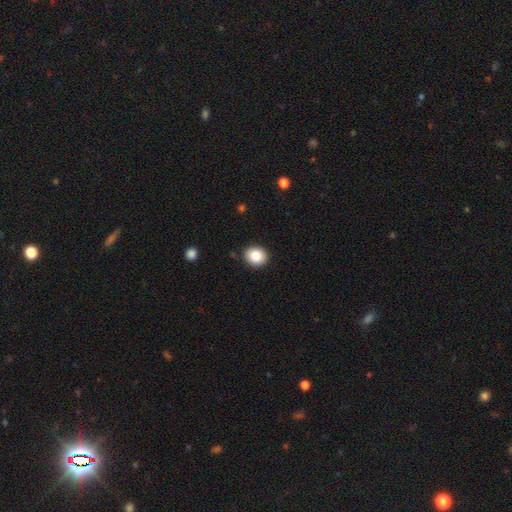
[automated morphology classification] A smooth galaxy with no disk features (85%) that is round (71%). Merging: none (90%).